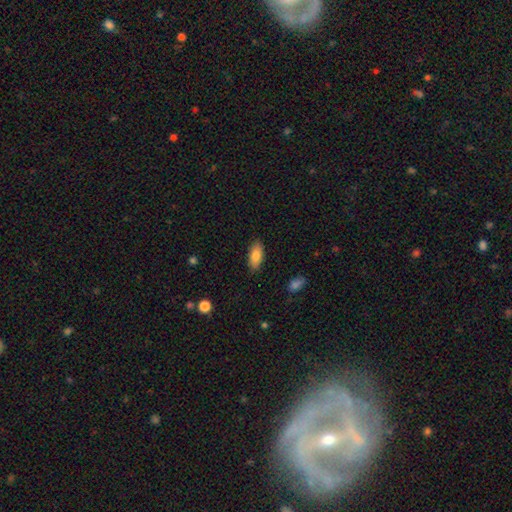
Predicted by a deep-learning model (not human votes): Morphology: type=smooth (84%); roundness=in between (87%); merging=none (87%).